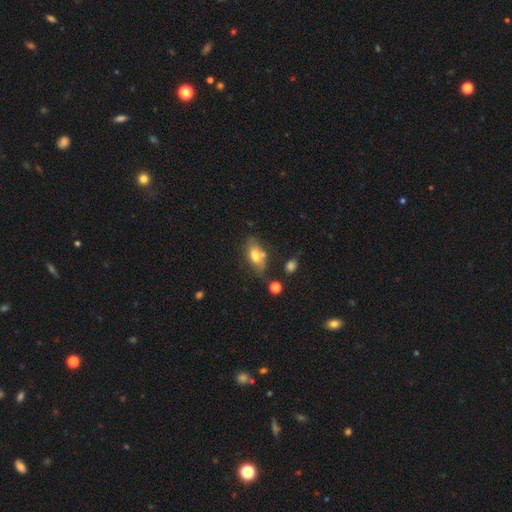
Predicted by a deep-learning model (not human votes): smooth-or-featured: smooth: 70% | featured or disk: 21% | star or artifact: 9%
  how-rounded: in between: 87% | cigar-shaped: 7% | round: 6%
  merging: none: 56% | minor disturbance: 23% | merger: 14% | major disturbance: 8%